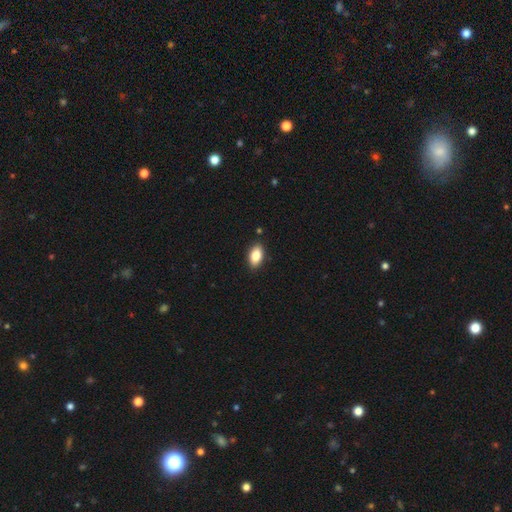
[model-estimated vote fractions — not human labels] Smooth or featured? Predicted: smooth (p=0.84). How rounded? Predicted: in between (p=0.92). Merging? Predicted: none (p=0.88).